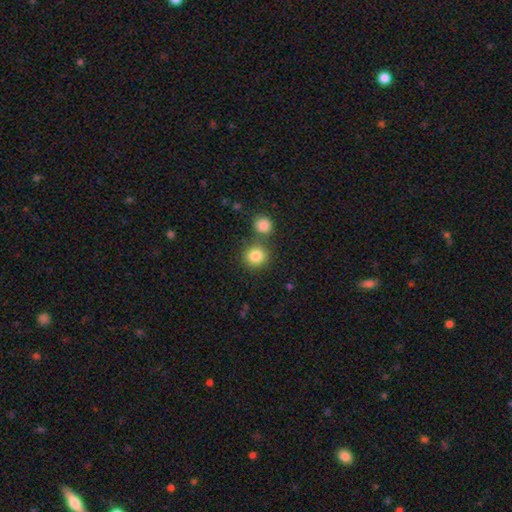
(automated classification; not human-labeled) A smooth galaxy with no disk features (84%) that is round (90%).

Vote fractions:
- Smooth or featured? smooth: 84% / star or artifact: 10% / featured or disk: 6%
- How rounded? round: 90% / in between: 9% / cigar-shaped: 1%
- Merging? none: 68% / merger: 21% / minor disturbance: 8% / major disturbance: 3%